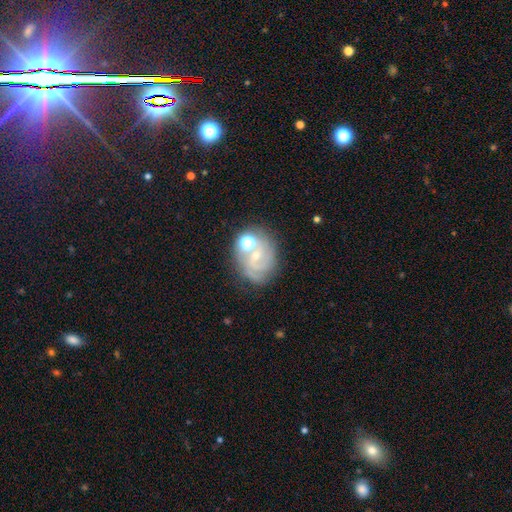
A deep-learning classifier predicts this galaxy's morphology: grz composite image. It shows a featured or disk galaxy (58%) with no bar (66%), spiral arms (79%) and a small central bulge (63%). Merging: none (57%).